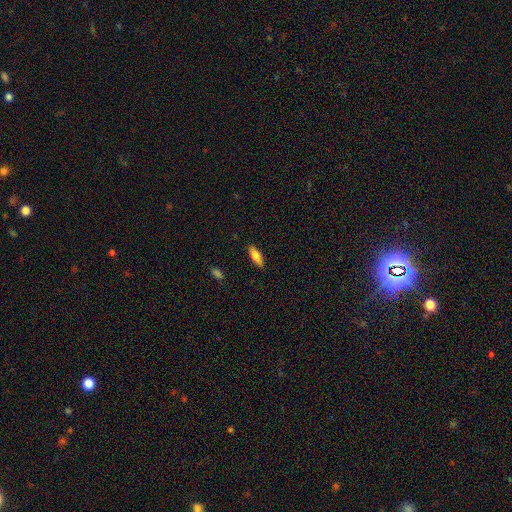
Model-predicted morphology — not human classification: smooth 69%, featured or disk 25%, star or artifact 6%. Down the decision tree: how rounded — in between (59%); merging — none (87%).